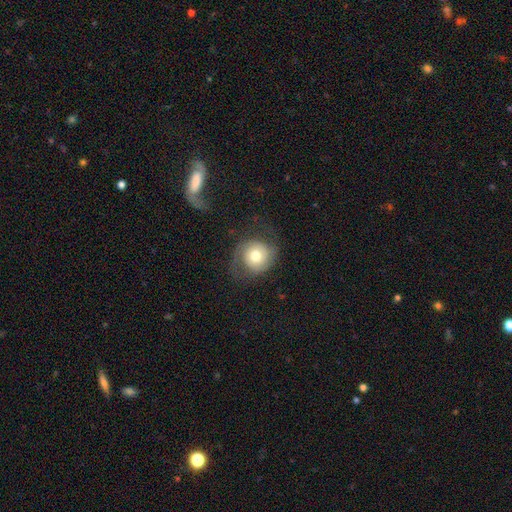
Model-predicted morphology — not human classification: smooth_or_featured: smooth (p=0.46) [tied with: featured or disk p=0.46]
merging: none (p=0.61) [alt: minor disturbance p=0.20]